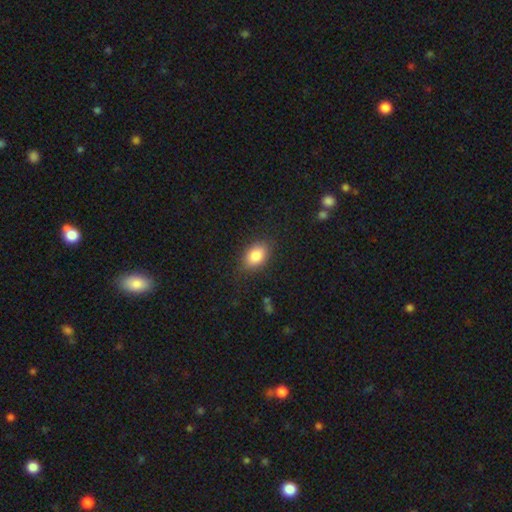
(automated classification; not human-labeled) Smooth or featured? Predicted: smooth (p=0.85). How rounded? Predicted: in between (p=0.85). Merging? Predicted: none (p=0.83).